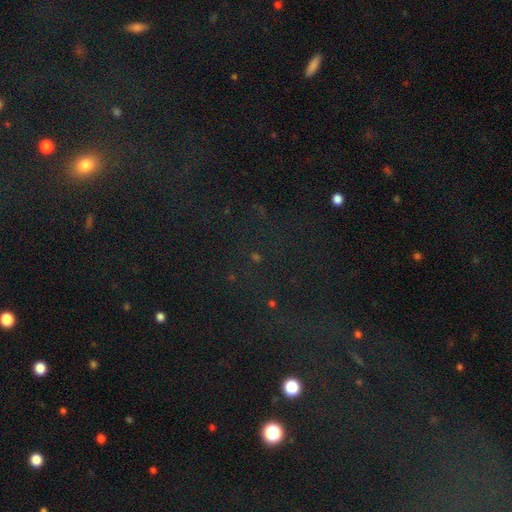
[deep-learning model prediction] Smooth or featured? star or artifact (67%)